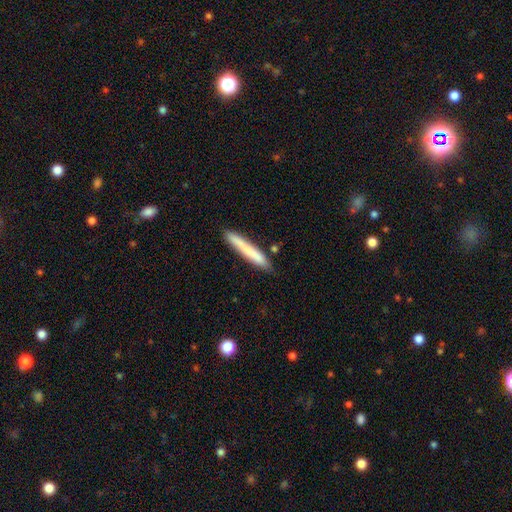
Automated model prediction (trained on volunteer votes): Smooth or featured: smooth — 75% (featured or disk — 20%)
How rounded: cigar-shaped — 93% (in between — 5%)
Merging: none — 79% (minor disturbance — 14%)